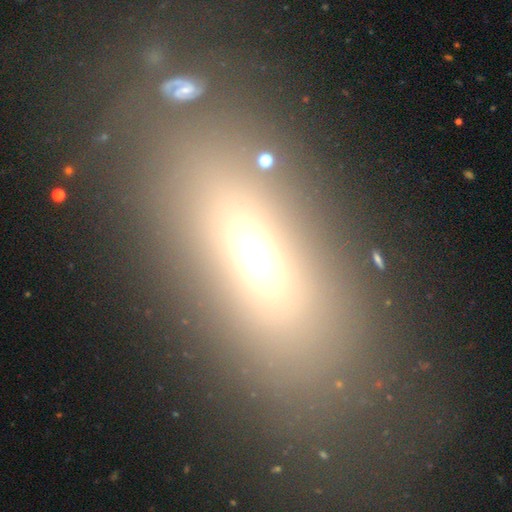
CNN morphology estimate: Smooth or featured: smooth — 60% (featured or disk — 21%)
How rounded: in between — 75% (cigar-shaped — 17%)
Merging: none — 76% (minor disturbance — 12%)